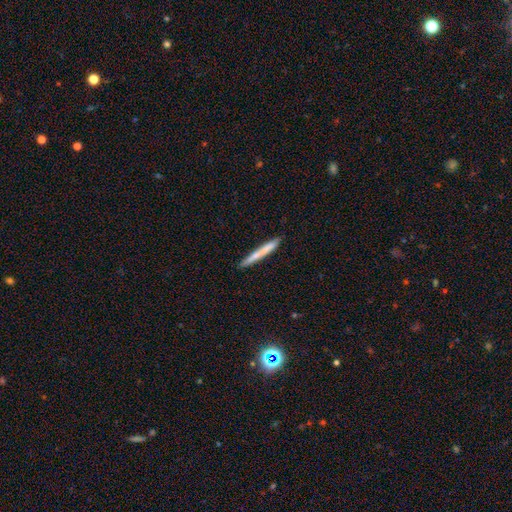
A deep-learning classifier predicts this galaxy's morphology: smooth-or-featured: smooth: 62% | featured or disk: 31% | star or artifact: 6%
  how-rounded: cigar-shaped: 96% | in between: 2% | round: 1%
  merging: none: 89% | minor disturbance: 8% | merger: 2% | major disturbance: 1%